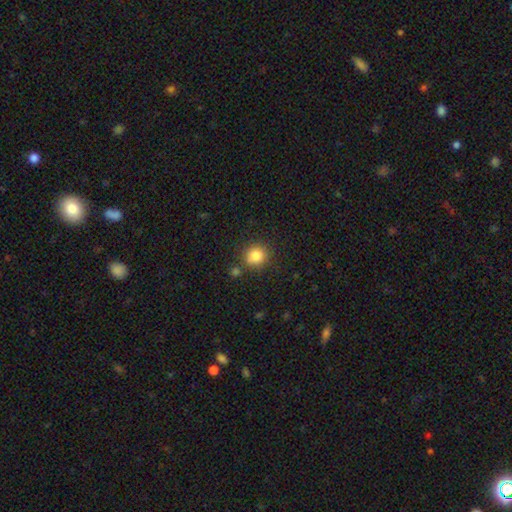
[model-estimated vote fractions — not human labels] Smooth or featured? Predicted: smooth (p=0.84). How rounded? Predicted: round (p=0.85). Merging? Predicted: none (p=0.77).